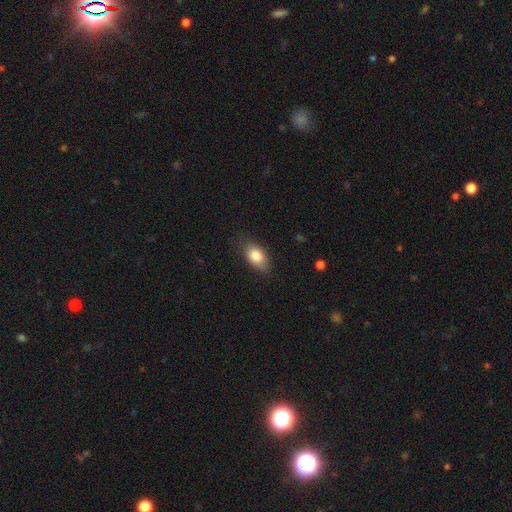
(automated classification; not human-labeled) Smooth or featured?
  - smooth: 82% *
  - featured or disk: 10%
  - star or artifact: 7%
How rounded?
  - in between: 88% *
  - round: 9%
  - cigar-shaped: 3%
Merging?
  - none: 76% *
  - minor disturbance: 18%
  - major disturbance: 4%
  - merger: 1%